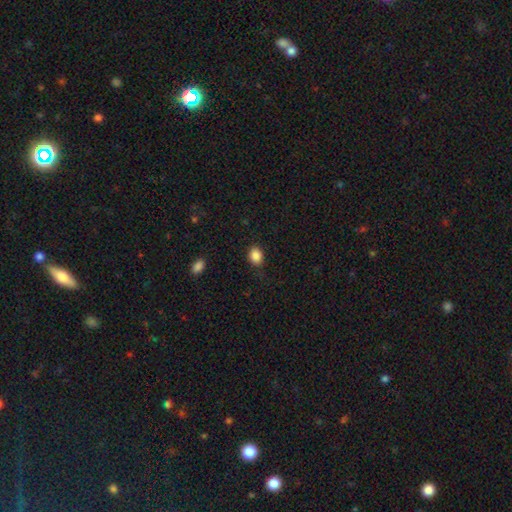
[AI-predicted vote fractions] A smooth galaxy with no disk features (87%) that is in between round and cigar-shaped (57%). Merging: none (82%).